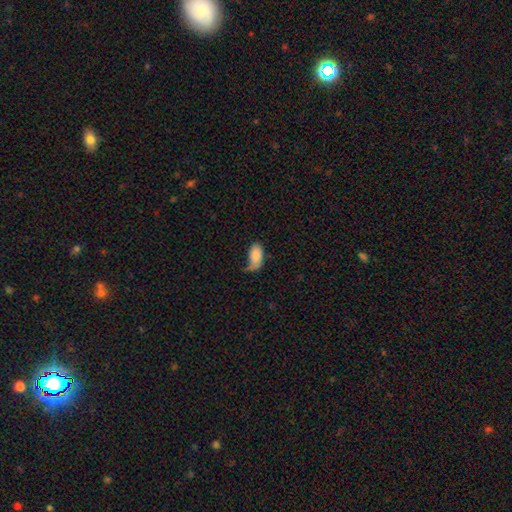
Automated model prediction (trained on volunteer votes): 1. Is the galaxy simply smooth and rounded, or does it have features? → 83% smooth, 10% featured or disk, 7% star or artifact.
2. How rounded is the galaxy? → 94% in between, 3% round, 3% cigar-shaped.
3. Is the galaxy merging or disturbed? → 34% none, 33% minor disturbance, 27% major disturbance, 5% merger.